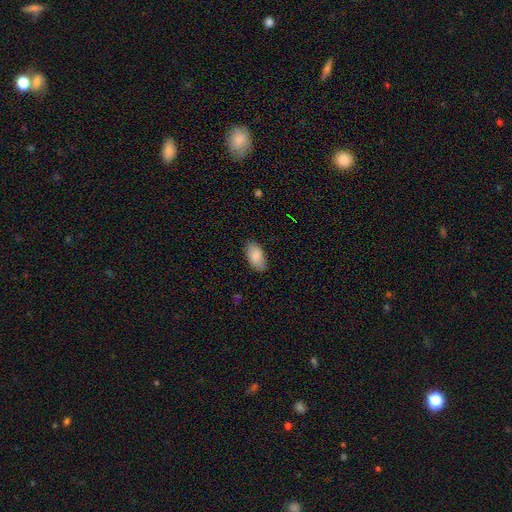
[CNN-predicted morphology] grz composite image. It shows a smooth galaxy with no disk features (87%) that is in between round and cigar-shaped (95%). Merging: none (85%).